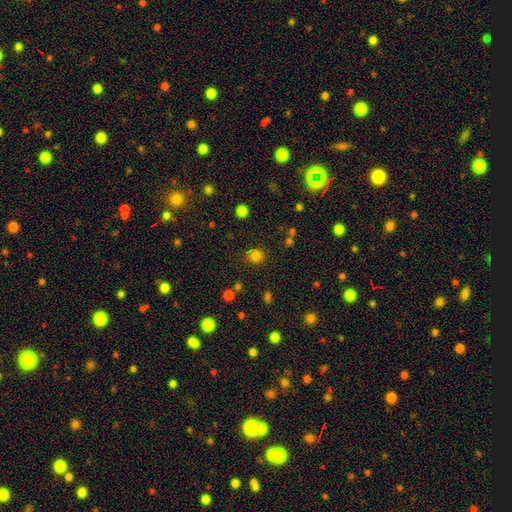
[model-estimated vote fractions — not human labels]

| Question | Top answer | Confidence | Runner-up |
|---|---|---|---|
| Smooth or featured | smooth | 81% | star or artifact (15%) |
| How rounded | round | 86% | in between (13%) |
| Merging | none | 86% | minor disturbance (8%) |